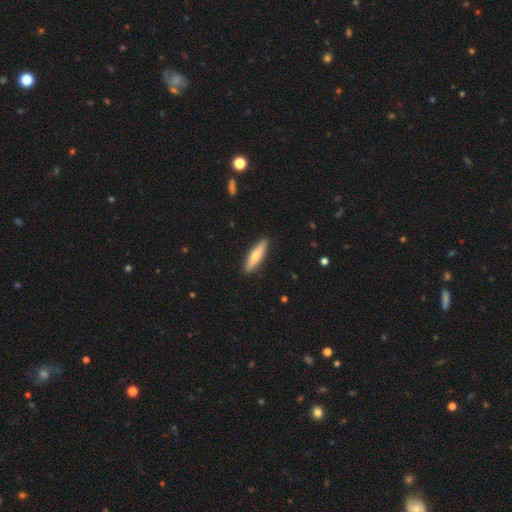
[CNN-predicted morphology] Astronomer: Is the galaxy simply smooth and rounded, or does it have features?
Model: smooth — 63%.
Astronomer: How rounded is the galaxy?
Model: cigar-shaped — 76%.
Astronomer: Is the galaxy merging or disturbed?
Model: none — 90%.